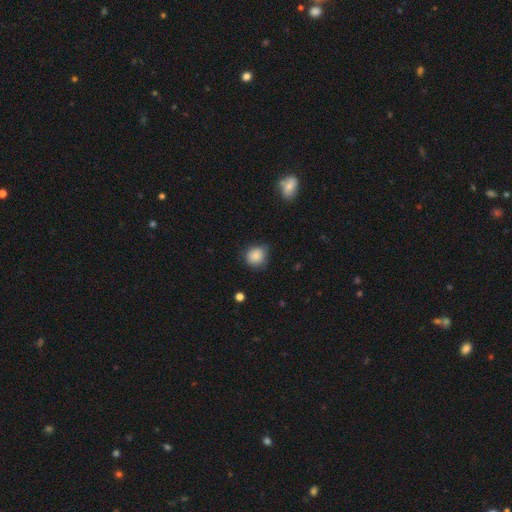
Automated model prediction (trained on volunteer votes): A smooth galaxy with no disk features (86%) that is round (80%).

Vote fractions:
- Smooth or featured? smooth: 86% / star or artifact: 9% / featured or disk: 6%
- How rounded? round: 80% / in between: 19% / cigar-shaped: 1%
- Merging? none: 71% / minor disturbance: 23% / major disturbance: 5% / merger: 1%